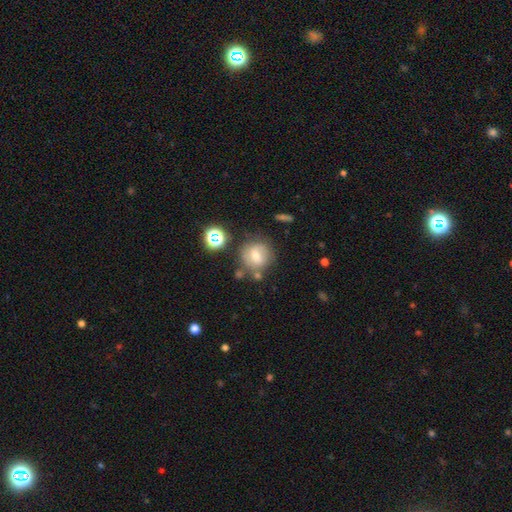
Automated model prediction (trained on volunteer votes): This is possibly a smooth galaxy (57%). How rounded: clearly round (85%). Merging: likely none (65%).